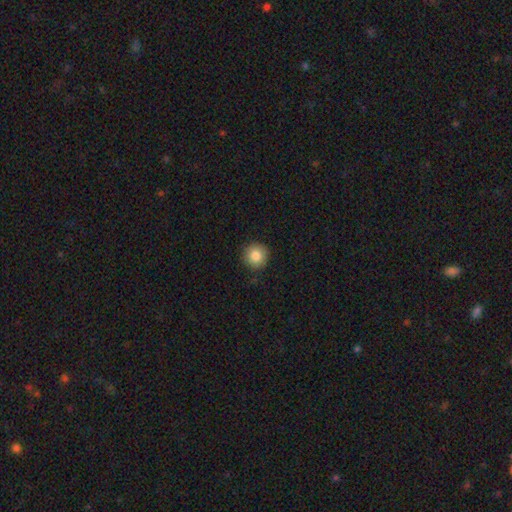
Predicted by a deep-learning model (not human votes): This appears to be a smooth galaxy with no disk features (84%) that is round (94%). Merging: none (88%).